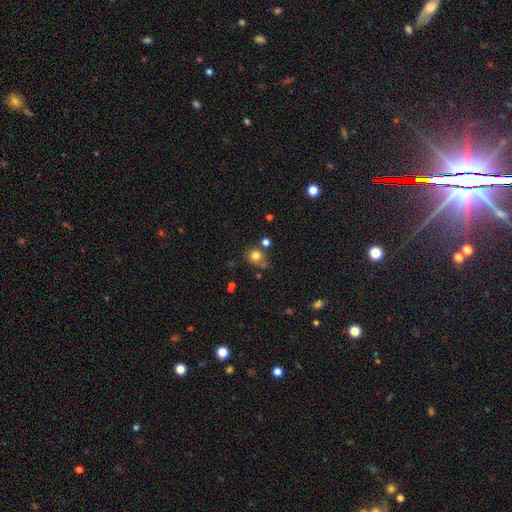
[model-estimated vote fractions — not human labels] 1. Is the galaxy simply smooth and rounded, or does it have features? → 78% smooth, 13% star or artifact, 9% featured or disk.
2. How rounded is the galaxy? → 80% round, 19% in between, 1% cigar-shaped.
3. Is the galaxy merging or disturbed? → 59% none, 19% minor disturbance, 15% merger, 7% major disturbance.